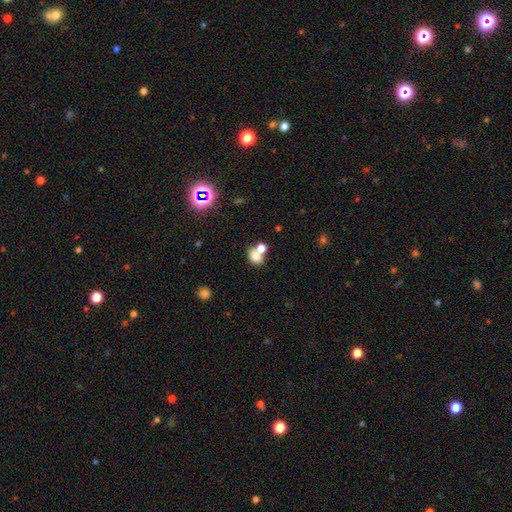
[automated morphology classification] Smooth or featured: smooth — 73% (star or artifact — 14%)
How rounded: in between — 60% (round — 38%)
Merging: merger — 48% (none — 39%)